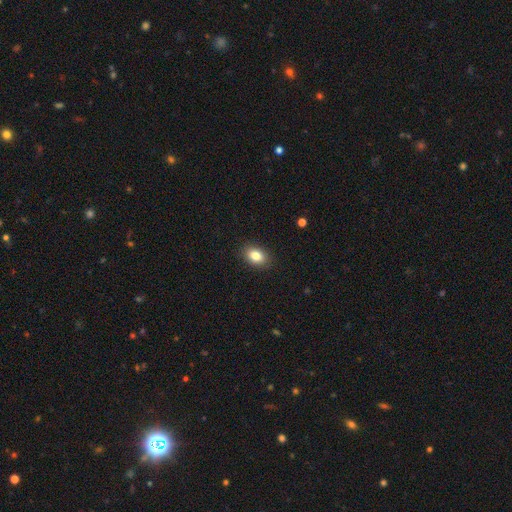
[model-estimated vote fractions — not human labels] smooth-or-featured: smooth: 83% | star or artifact: 9% | featured or disk: 8%
  how-rounded: in between: 79% | round: 20% | cigar-shaped: 1%
  merging: none: 89% | minor disturbance: 8% | major disturbance: 2% | merger: 1%